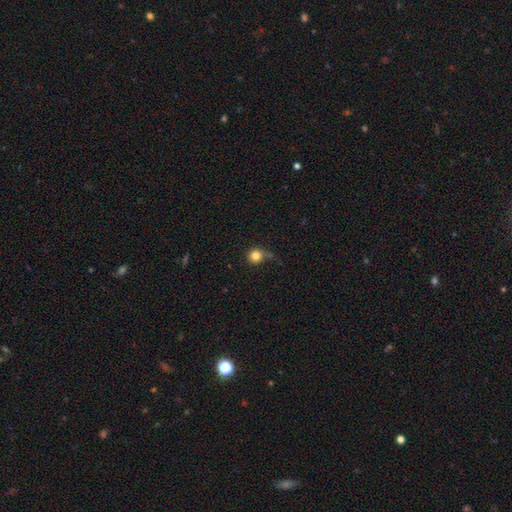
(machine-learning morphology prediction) type=smooth (82%); roundness=round (92%); merging=none (64%).